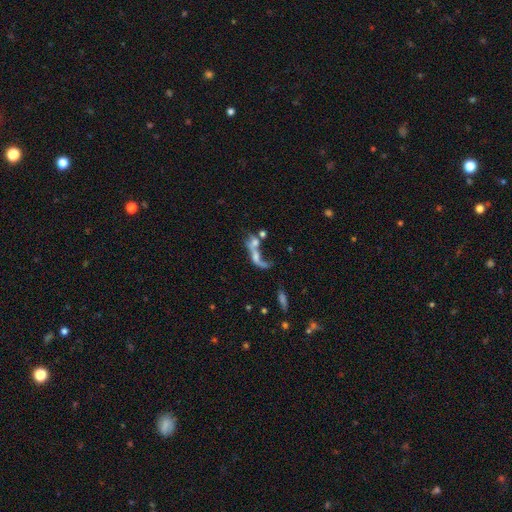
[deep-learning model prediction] Overall: featured or disk (49%; smooth 35%). Merging: merger (53%; major disturbance 24%).